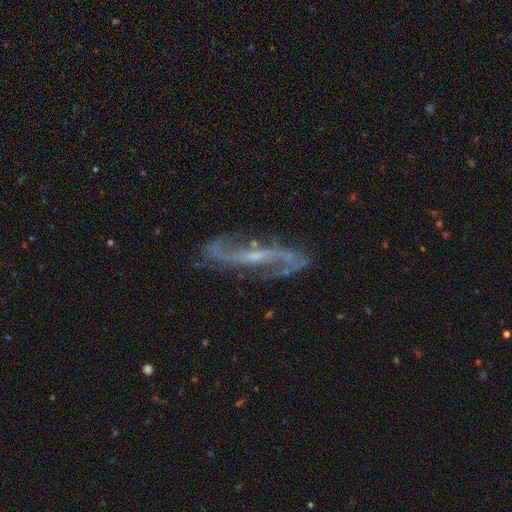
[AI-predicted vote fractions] This appears to be a featured or disk galaxy (89%) with a weak bar (45%), 2 (92%) loose (63%) spiral arms (96%) and a small central bulge (59%). Merging: none (73%).